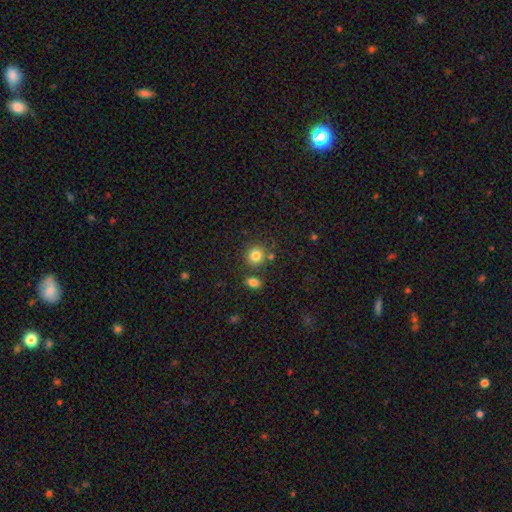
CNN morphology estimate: The model was most divided on "merging": none: 77%, merger: 11%, minor disturbance: 9%, major disturbance: 3%. More confident: how rounded — round (86%); smooth or featured — smooth (82%).